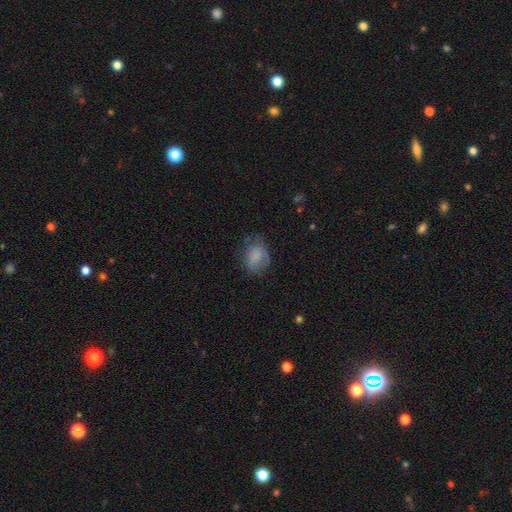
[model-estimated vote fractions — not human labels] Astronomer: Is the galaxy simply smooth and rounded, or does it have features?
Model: smooth — 73%.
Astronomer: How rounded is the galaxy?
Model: in between — 61% (runner-up: round, 38%).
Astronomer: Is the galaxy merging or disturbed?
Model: none — 51% (runner-up: minor disturbance, 29%).